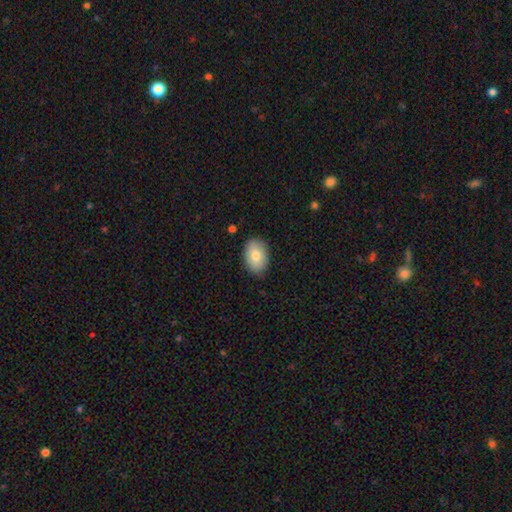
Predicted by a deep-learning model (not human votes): Smooth or featured? Predicted: smooth (p=0.79). How rounded? Predicted: in between (p=0.83). Merging? Predicted: none (p=0.85).